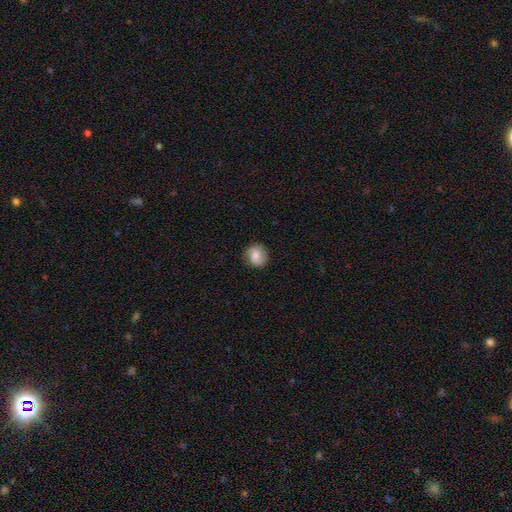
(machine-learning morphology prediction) This appears to be a smooth galaxy with no disk features (69%) that is round (82%). Merging: none (80%).